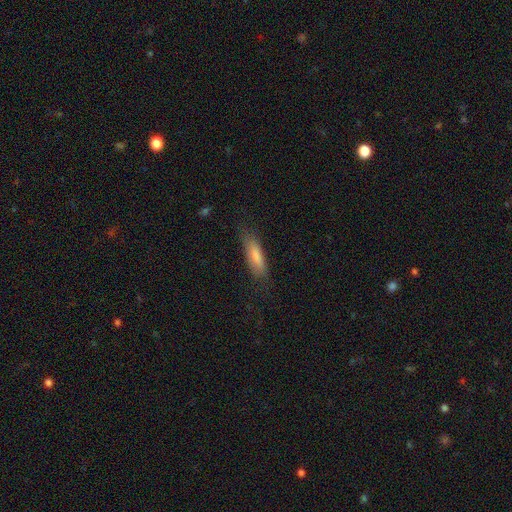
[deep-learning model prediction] smooth 74%, featured or disk 19%, star or artifact 7%. Down the decision tree: how rounded — cigar-shaped (63%); merging — none (75%).